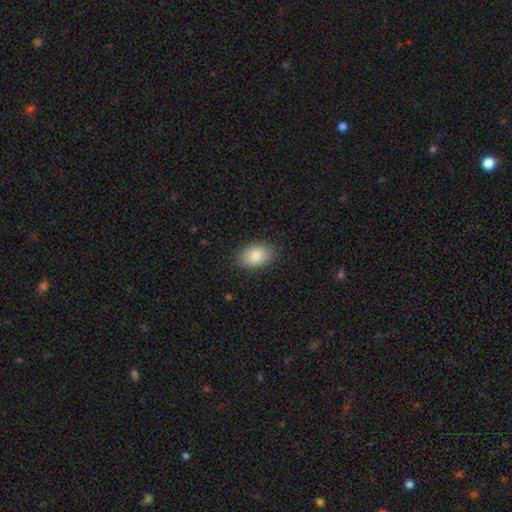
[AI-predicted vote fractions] smooth 83%, featured or disk 9%, star or artifact 8%. Down the decision tree: how rounded — in between (84%); merging — none (88%).